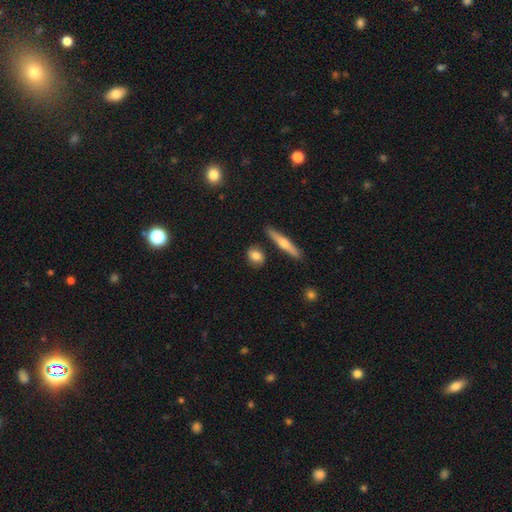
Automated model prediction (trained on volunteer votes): The model was most divided on "how rounded": in between: 45%, round: 44%, cigar-shaped: 10%. More confident: merging — none (80%); smooth or featured — smooth (76%).